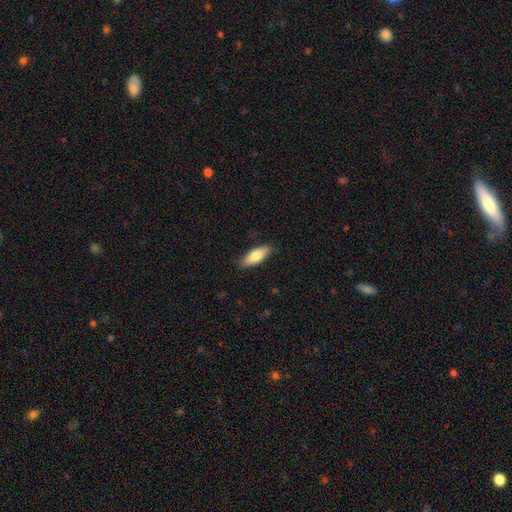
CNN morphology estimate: Smooth or featured? Predicted: smooth (p=0.78). How rounded? Predicted: in between (p=0.64). Merging? Predicted: none (p=0.85).